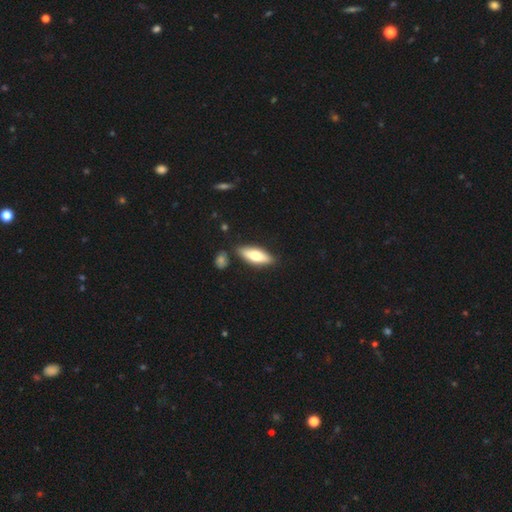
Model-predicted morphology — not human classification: This is likely a smooth galaxy (63%). How rounded: likely in between (64%). Merging: clearly none (83%).